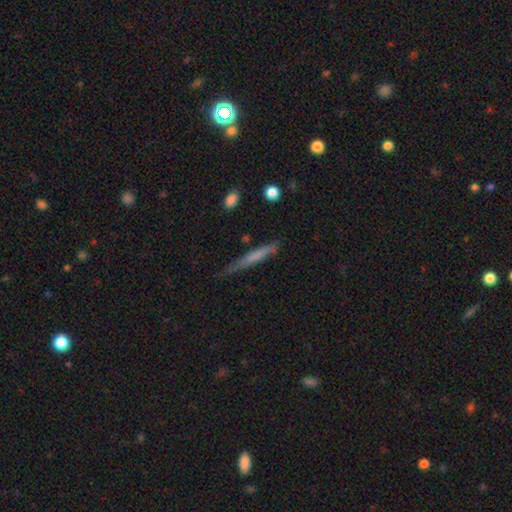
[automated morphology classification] Smooth or featured?
  - smooth: 61% *
  - featured or disk: 32%
  - star or artifact: 7%
How rounded?
  - cigar-shaped: 95% *
  - in between: 4%
  - round: 2%
Merging?
  - none: 68% *
  - minor disturbance: 23%
  - major disturbance: 6%
  - merger: 3%